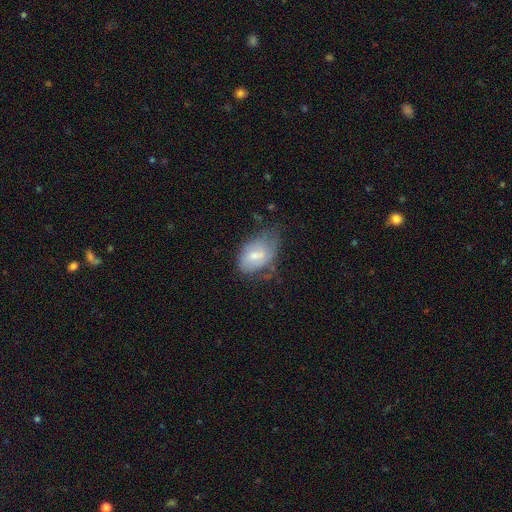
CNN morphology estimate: Overall: smooth (60%; featured or disk 33%). How rounded: in between (88%). Merging: minor disturbance (41%; none 31%).